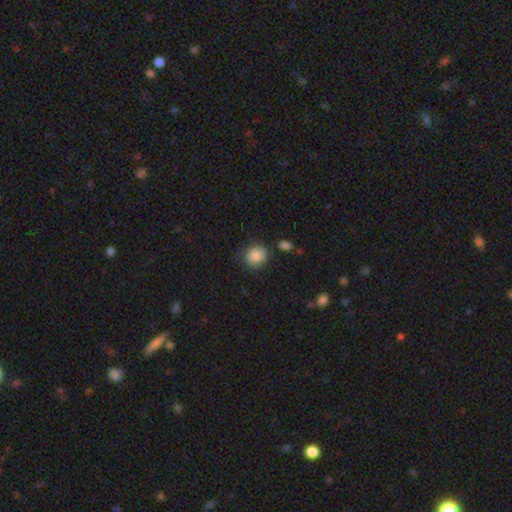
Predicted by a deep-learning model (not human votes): smooth 87%, star or artifact 8%, featured or disk 5%. Down the decision tree: how rounded — round (70%); merging — none (72%).